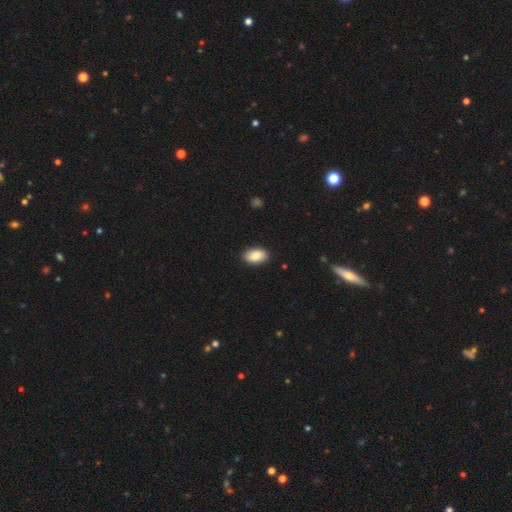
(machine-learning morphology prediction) A smooth galaxy with no disk features (88%) that is in between round and cigar-shaped (92%).

Vote fractions:
- Smooth or featured? smooth: 88% / star or artifact: 6% / featured or disk: 5%
- How rounded? in between: 92% / round: 6% / cigar-shaped: 1%
- Merging? none: 90% / minor disturbance: 8% / major disturbance: 2% / merger: 1%